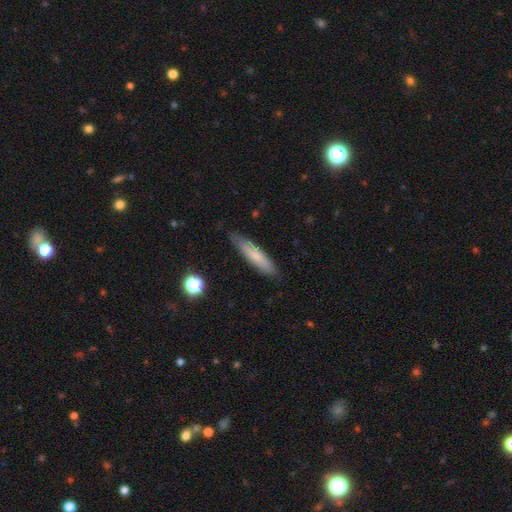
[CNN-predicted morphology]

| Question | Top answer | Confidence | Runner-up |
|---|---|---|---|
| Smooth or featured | smooth | 70% | featured or disk (24%) |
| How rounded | cigar-shaped | 83% | in between (15%) |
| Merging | none | 83% | minor disturbance (14%) |